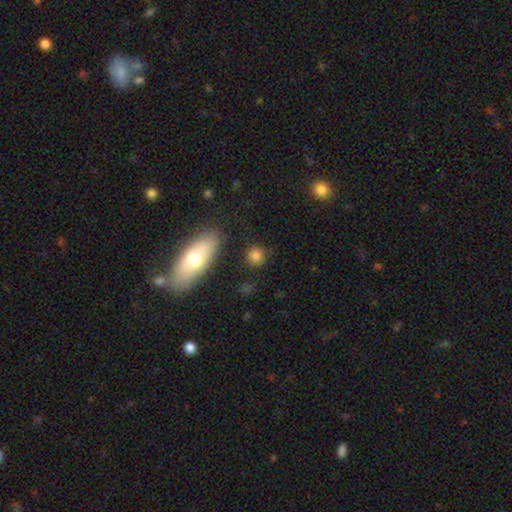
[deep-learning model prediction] The model was most divided on "smooth or featured": smooth: 81%, star or artifact: 11%, featured or disk: 7%. More confident: how rounded — round (85%); merging — none (83%).